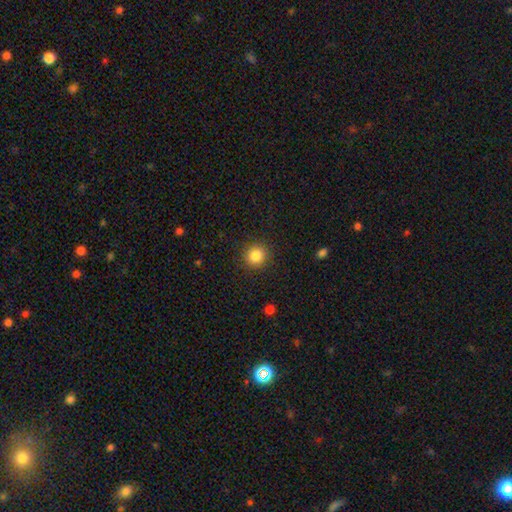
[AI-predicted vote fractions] Smooth or featured? Predicted: smooth (p=0.85). How rounded? Predicted: round (p=0.90). Merging? Predicted: none (p=0.90).